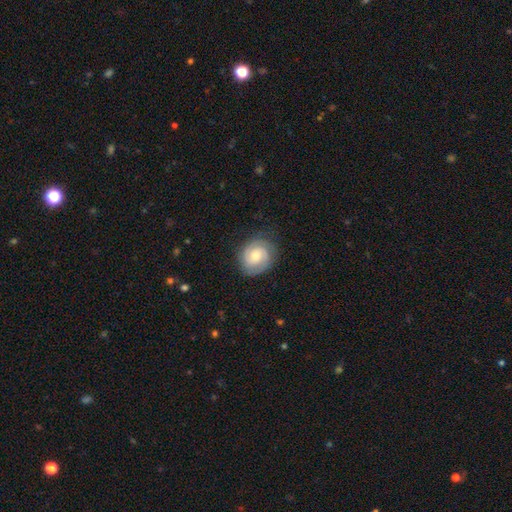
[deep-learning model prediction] Morphology: type=featured or disk (71%); edge-on=no (98%); bar=no (62%); spiral arms=yes (94%); winding=tight (61%); arm count=2 (70%); bulge=moderate (58%); merging=none (80%).